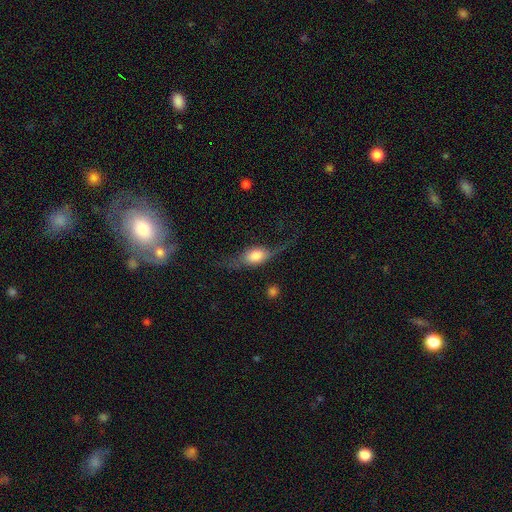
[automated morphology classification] Smooth or featured? featured or disk (53%)
Edge-on disk? yes (66%)
Merging? none (49%)